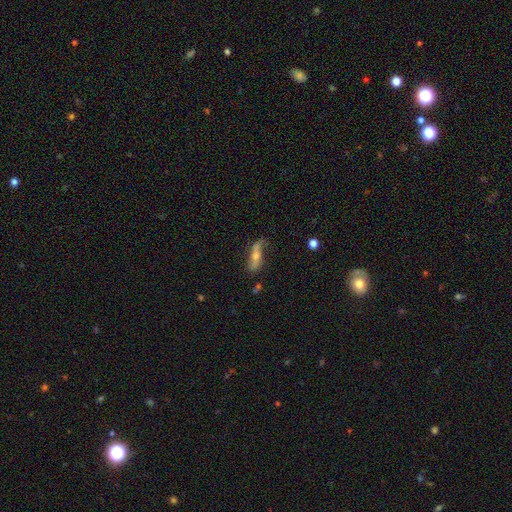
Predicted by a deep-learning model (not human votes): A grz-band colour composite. It shows a featured or disk galaxy (69%) with no bar (56%), spiral arms (87%) and a moderate central bulge (54%). Merging: none (64%).